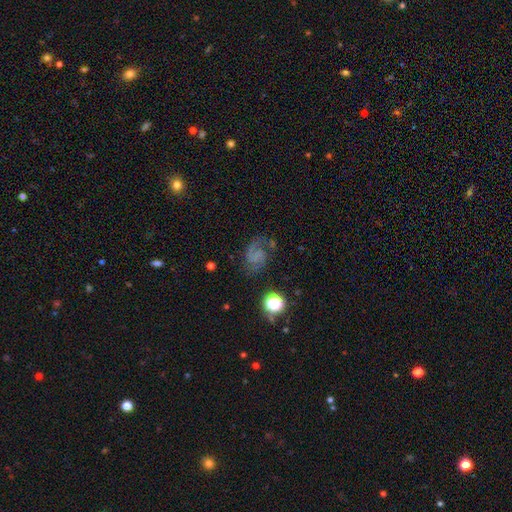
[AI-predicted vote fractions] smooth_or_featured: featured or disk (p=0.73) [alt: smooth p=0.15]
disk_edge_on: no (p=0.98) [alt: yes p=0.02]
bar: no (p=0.51) [alt: weak p=0.37]
has_spiral_arms: yes (p=0.94) [alt: no p=0.06]
spiral_winding: medium (p=0.48) [alt: loose p=0.33]
spiral_arm_count: 2 (p=0.84) [alt: 1 p=0.09]
bulge_size: none (p=0.66) [alt: small p=0.21]
merging: none (p=0.67) [alt: minor disturbance p=0.17]